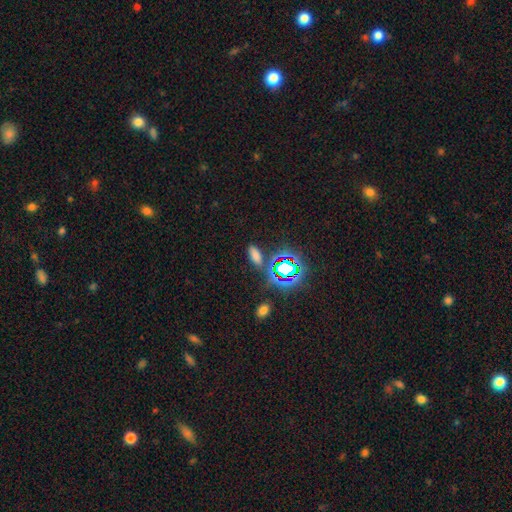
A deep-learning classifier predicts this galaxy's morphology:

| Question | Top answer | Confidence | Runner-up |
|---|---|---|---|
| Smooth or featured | smooth | 64% | star or artifact (29%) |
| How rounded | in between | 80% | cigar-shaped (14%) |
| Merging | none | 81% | minor disturbance (10%) |